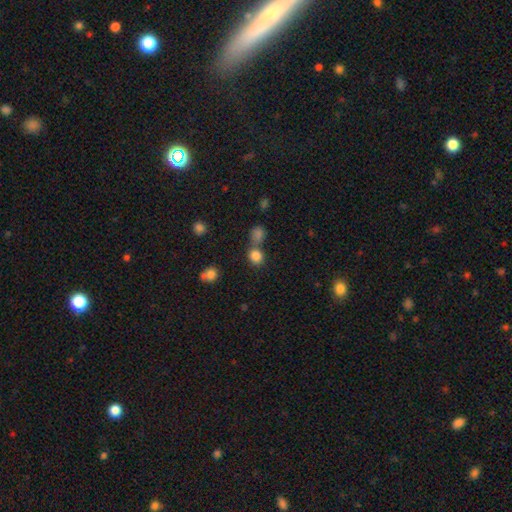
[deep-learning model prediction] Q: Smooth or featured?
A: smooth (82%); runner-up: star or artifact (13%)
Q: How rounded?
A: round (78%); runner-up: in between (21%)
Q: Merging?
A: none (54%); runner-up: merger (33%)